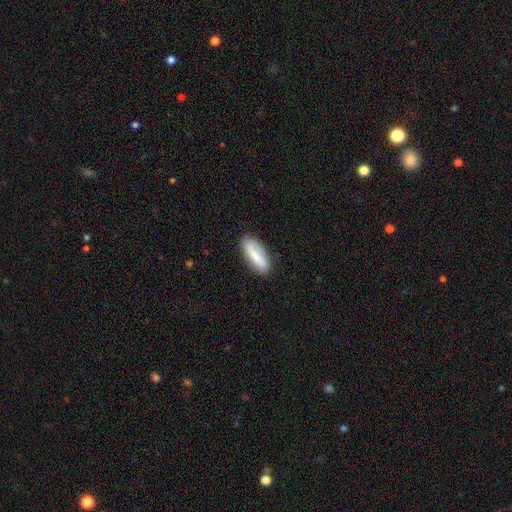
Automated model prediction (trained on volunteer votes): Smooth or featured: smooth — 71% (featured or disk — 23%)
How rounded: in between — 64% (cigar-shaped — 34%)
Merging: none — 82% (minor disturbance — 14%)